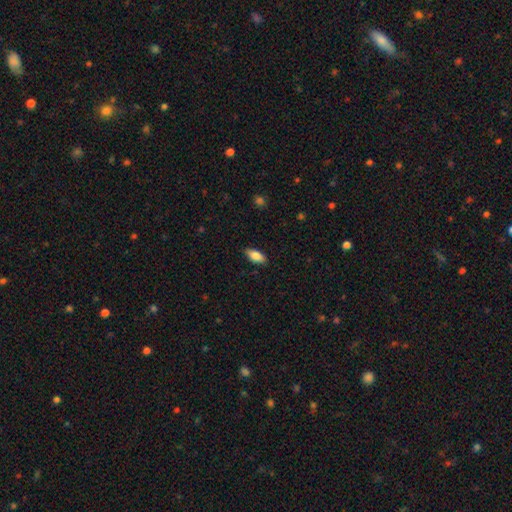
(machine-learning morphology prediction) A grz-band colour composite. It shows a smooth galaxy with no disk features (82%) that is in between round and cigar-shaped (86%). Merging: none (86%).